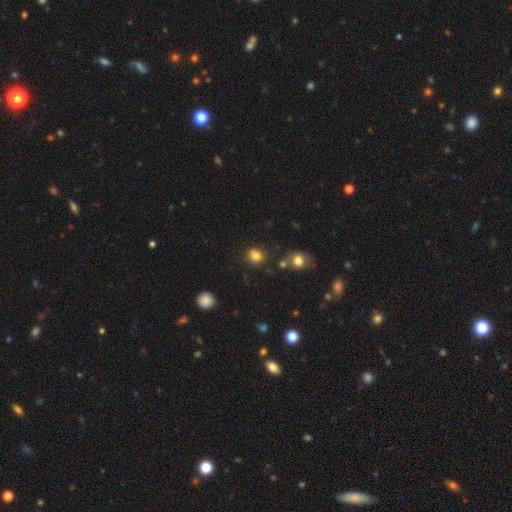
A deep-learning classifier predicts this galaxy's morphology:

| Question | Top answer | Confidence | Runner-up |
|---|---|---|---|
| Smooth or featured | smooth | 81% | star or artifact (13%) |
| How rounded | round | 76% | in between (23%) |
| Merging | none | 77% | minor disturbance (12%) |